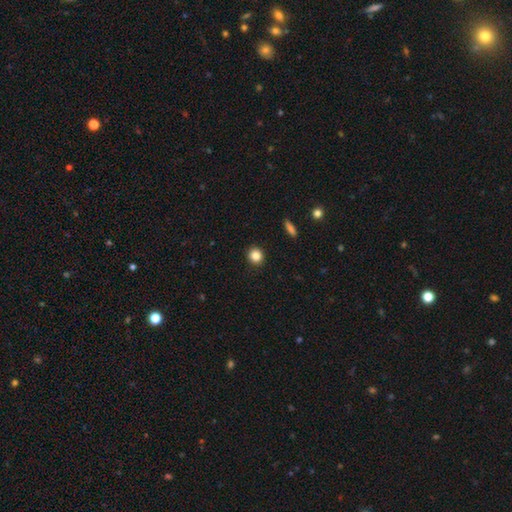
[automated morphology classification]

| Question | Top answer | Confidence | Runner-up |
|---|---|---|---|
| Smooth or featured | smooth | 85% | star or artifact (11%) |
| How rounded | round | 88% | in between (11%) |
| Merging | none | 92% | minor disturbance (5%) |